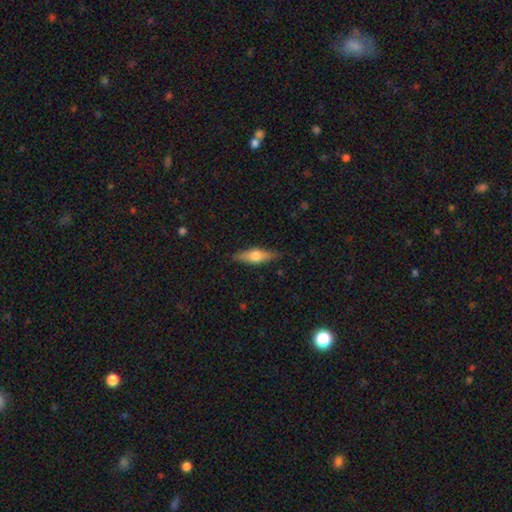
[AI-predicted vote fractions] Smooth or featured? smooth (50%)
How rounded? cigar-shaped (51%)
Merging? none (85%)